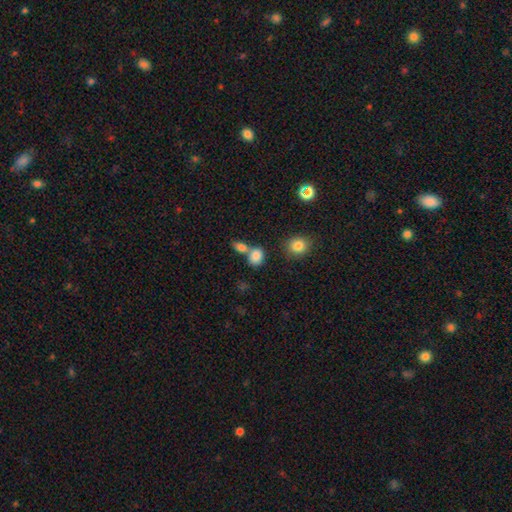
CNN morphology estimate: type=smooth (82%); roundness=in between (63%); merging=merger (44%).